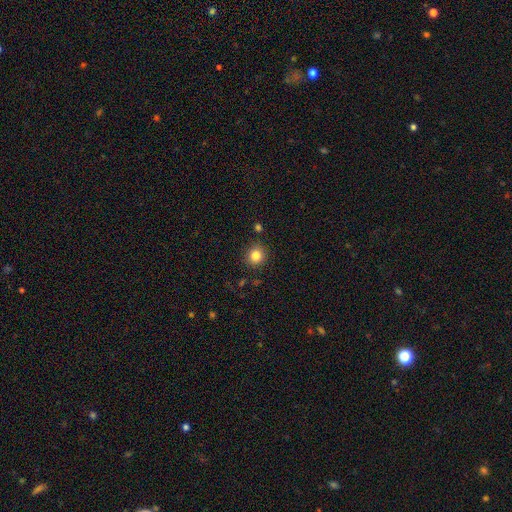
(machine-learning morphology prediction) This is clearly a smooth galaxy (84%). How rounded: clearly round (87%). Merging: clearly none (87%).